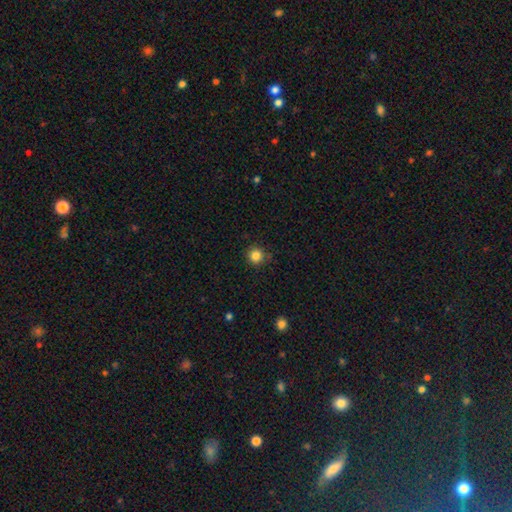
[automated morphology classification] type=smooth (85%); roundness=round (94%); merging=none (87%).